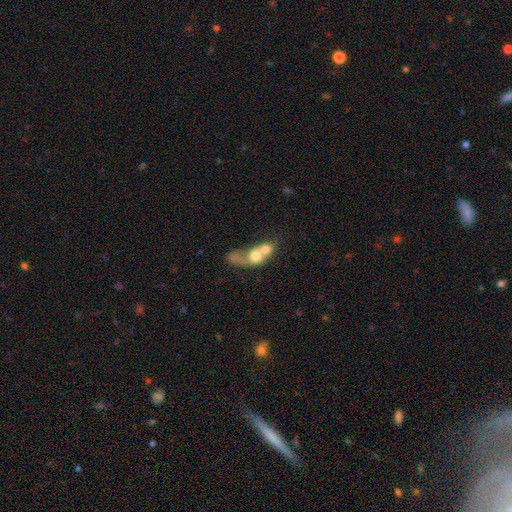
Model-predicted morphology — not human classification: Q: Smooth or featured?
A: smooth (60%); runner-up: featured or disk (31%)
Q: How rounded?
A: in between (47%); runner-up: round (45%)
Q: Merging?
A: merger (80%); runner-up: none (8%)